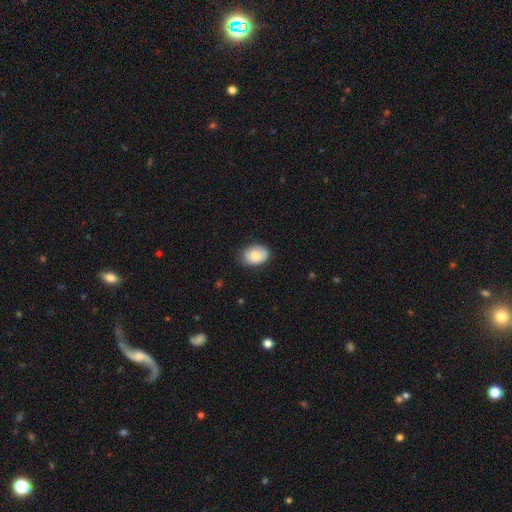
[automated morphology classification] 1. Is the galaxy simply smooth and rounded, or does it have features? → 81% smooth, 12% featured or disk, 7% star or artifact.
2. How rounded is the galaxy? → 80% in between, 19% round, 1% cigar-shaped.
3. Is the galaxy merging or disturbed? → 74% none, 22% minor disturbance, 4% major disturbance, 1% merger.